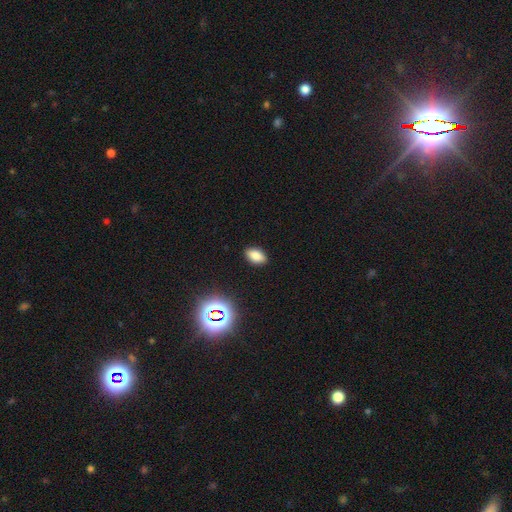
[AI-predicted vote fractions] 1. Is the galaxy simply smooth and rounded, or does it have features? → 79% smooth, 14% star or artifact, 7% featured or disk.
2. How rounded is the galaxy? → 91% in between, 7% round, 2% cigar-shaped.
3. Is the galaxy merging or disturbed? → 89% none, 8% minor disturbance, 2% major disturbance, 1% merger.